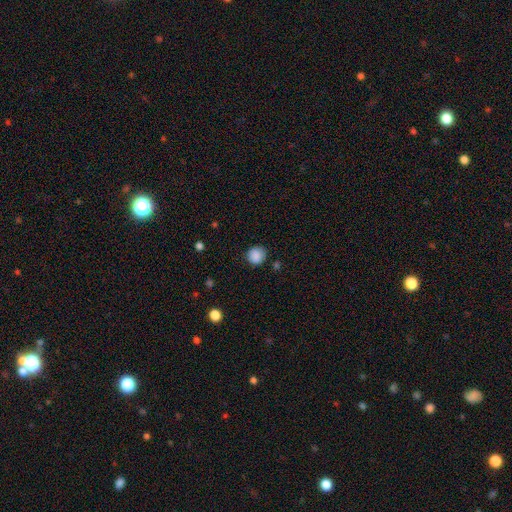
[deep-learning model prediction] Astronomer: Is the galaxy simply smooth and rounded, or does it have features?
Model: smooth — 87%.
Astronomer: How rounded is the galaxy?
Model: round — 88%.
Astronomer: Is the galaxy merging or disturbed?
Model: none — 83%.